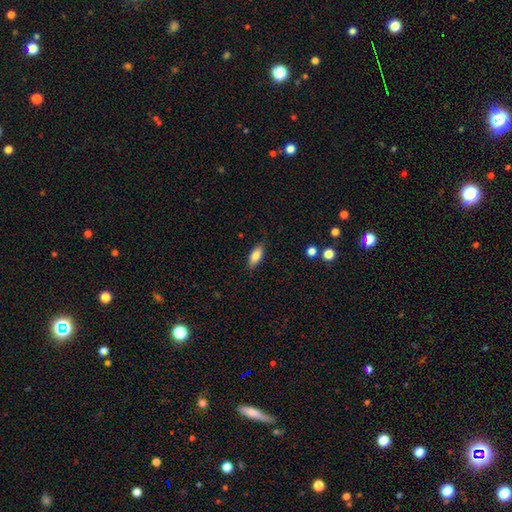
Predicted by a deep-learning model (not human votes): Smooth or featured? smooth (82%)
How rounded? in between (80%)
Merging? none (85%)